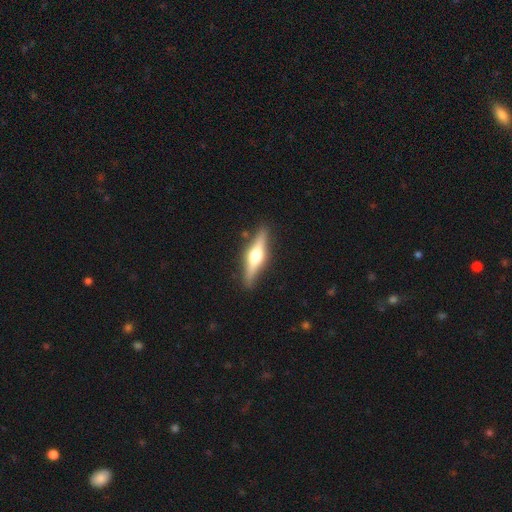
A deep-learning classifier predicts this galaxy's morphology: featured or disk 69%, smooth 26%, star or artifact 5%. Down the decision tree: edge-on disk — yes (96%); edge-on bulge — rounded (94%); merging — none (88%).